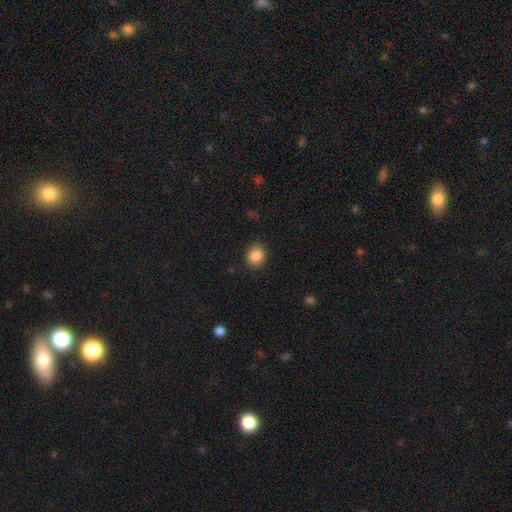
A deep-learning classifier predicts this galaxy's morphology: type=smooth (88%); roundness=round (54%); merging=none (85%).